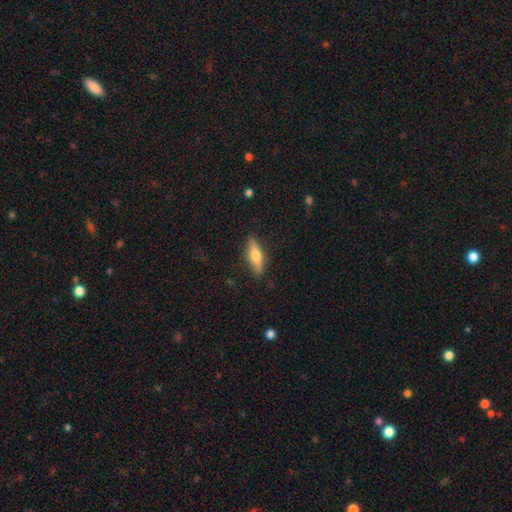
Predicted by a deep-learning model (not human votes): Overall: smooth (57%; featured or disk 37%). How rounded: cigar-shaped (57%; in between 40%). Merging: none (86%).